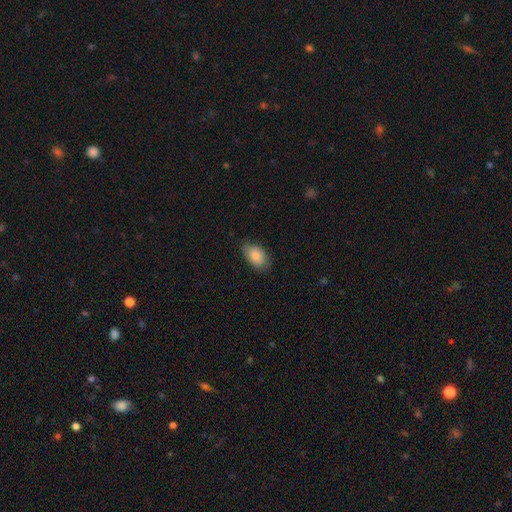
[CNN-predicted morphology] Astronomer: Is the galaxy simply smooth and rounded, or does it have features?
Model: smooth — 85%.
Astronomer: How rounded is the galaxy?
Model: in between — 92%.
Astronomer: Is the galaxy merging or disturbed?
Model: none — 79%.